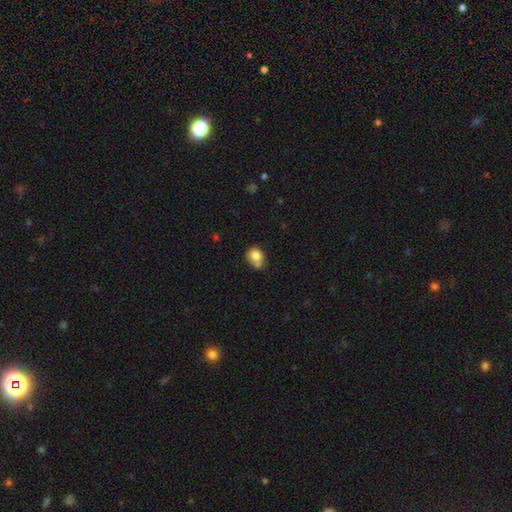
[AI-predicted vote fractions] A smooth galaxy with no disk features (79%) that is round (65%). Merging: none (47%).